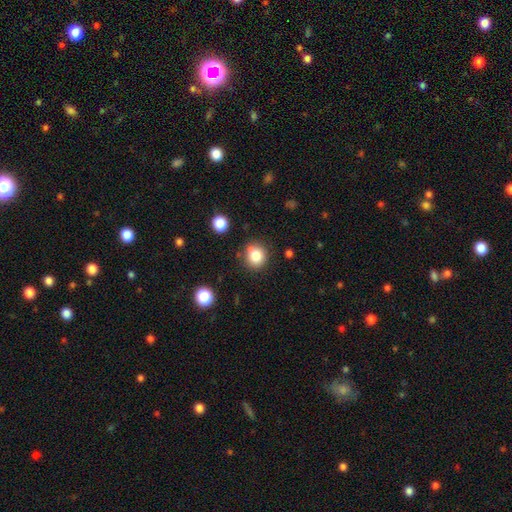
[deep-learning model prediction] Overall: smooth (81%). How rounded: round (84%). Merging: none (76%).